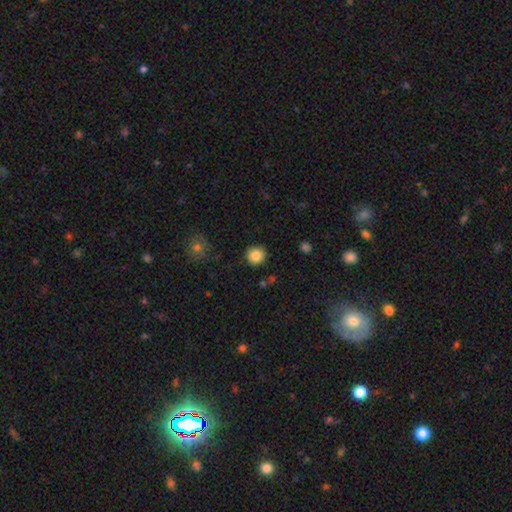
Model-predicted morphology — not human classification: type=smooth (86%); roundness=round (93%); merging=none (89%).